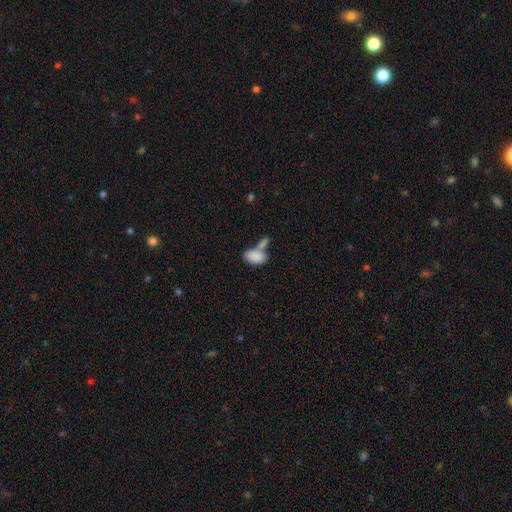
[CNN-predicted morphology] A smooth galaxy with no disk features (85%) that is in between round and cigar-shaped (94%).

Vote fractions:
- Smooth or featured? smooth: 85% / featured or disk: 8% / star or artifact: 7%
- How rounded? in between: 94% / round: 4% / cigar-shaped: 2%
- Merging? merger: 49% / none: 34% / minor disturbance: 11% / major disturbance: 6%